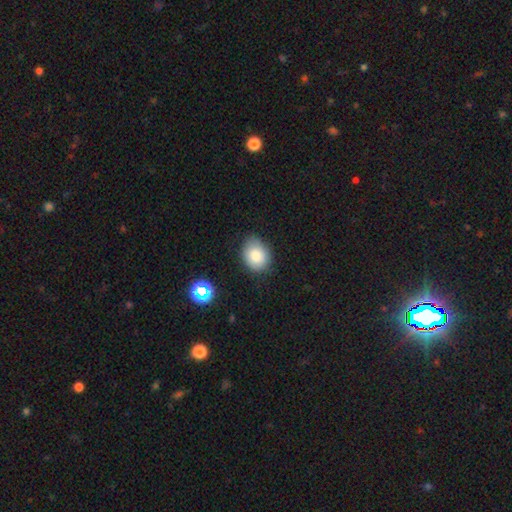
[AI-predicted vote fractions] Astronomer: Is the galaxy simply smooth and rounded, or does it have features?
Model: smooth — 81%.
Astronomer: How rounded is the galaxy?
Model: round — 51% (runner-up: in between, 48%).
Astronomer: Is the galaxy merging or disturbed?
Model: none — 78%.